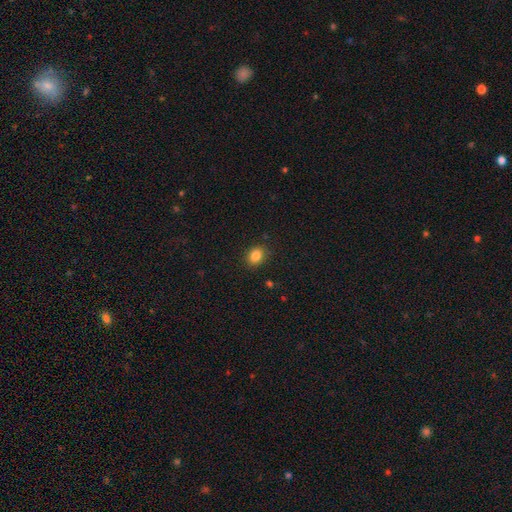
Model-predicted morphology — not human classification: The model was most divided on "how rounded": round: 55%, in between: 44%, cigar-shaped: 1%. More confident: merging — none (88%); smooth or featured — smooth (85%).